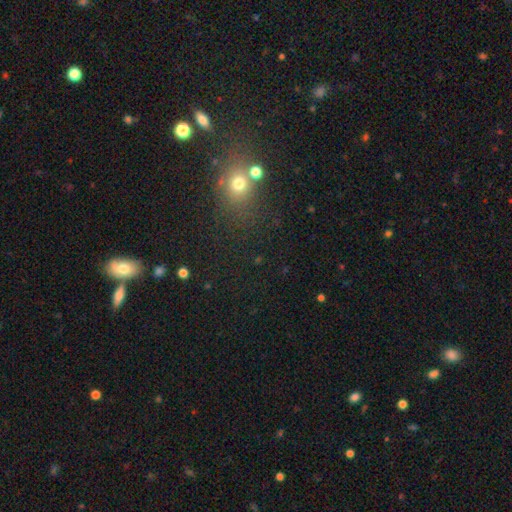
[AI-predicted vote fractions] This appears to be a smooth galaxy with no disk features (46%). Merging: none (69%).